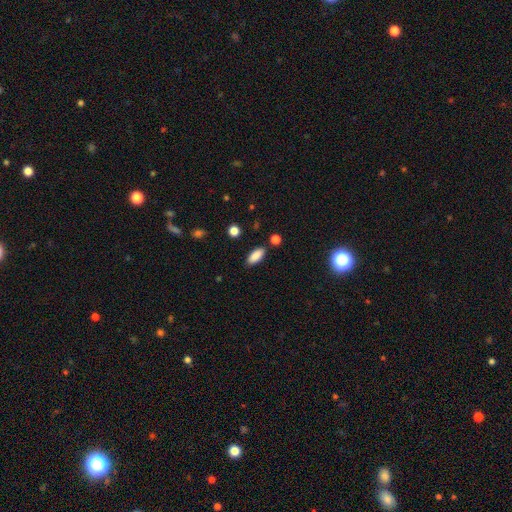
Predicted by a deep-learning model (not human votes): The model was most divided on "how rounded": in between: 79%, cigar-shaped: 18%, round: 2%. More confident: smooth or featured — smooth (87%); merging — none (85%).